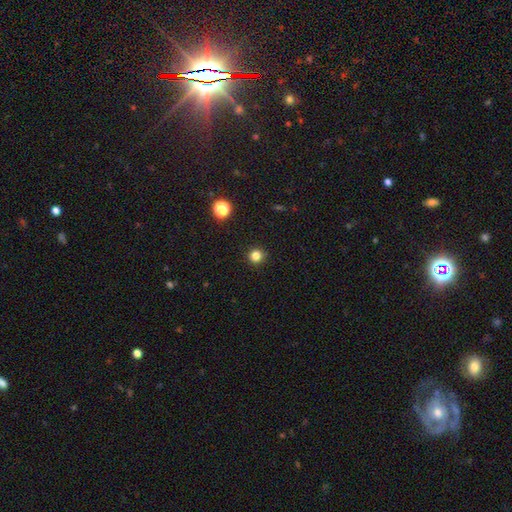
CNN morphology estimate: This appears to be a smooth galaxy with no disk features (82%) that is round (94%). Merging: none (92%).